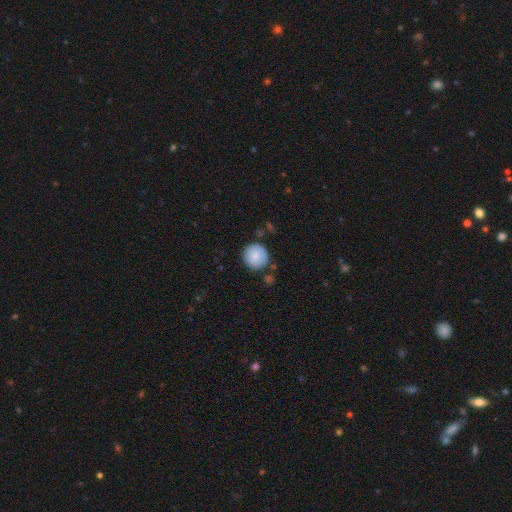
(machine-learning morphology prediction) Smooth or featured: smooth — 84% (featured or disk — 9%)
How rounded: round — 93% (in between — 6%)
Merging: none — 82% (minor disturbance — 12%)